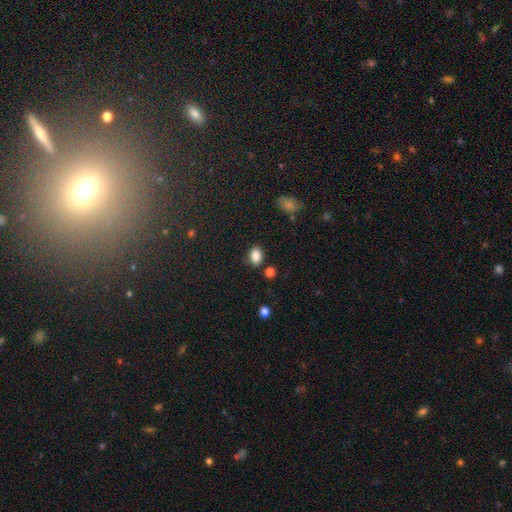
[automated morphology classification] smooth_or_featured: smooth (p=0.86) [alt: star or artifact p=0.10]
how_rounded: in between (p=0.77) [alt: round p=0.21]
merging: none (p=0.79) [alt: minor disturbance p=0.13]